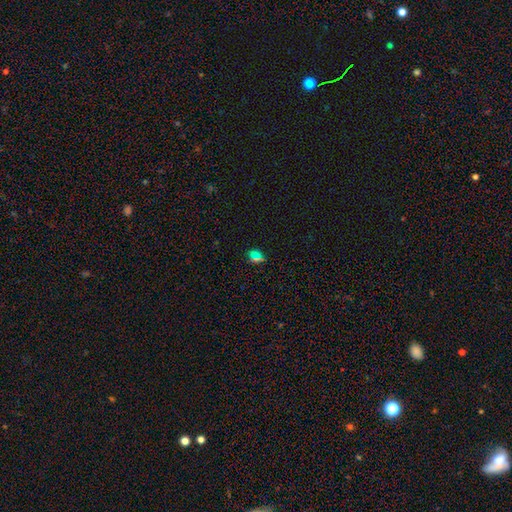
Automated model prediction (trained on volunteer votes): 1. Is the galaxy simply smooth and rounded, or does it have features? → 52% smooth, 38% star or artifact, 10% featured or disk.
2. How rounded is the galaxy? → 56% round, 38% in between, 5% cigar-shaped.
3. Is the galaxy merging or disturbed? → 74% none, 12% minor disturbance, 8% merger, 6% major disturbance.